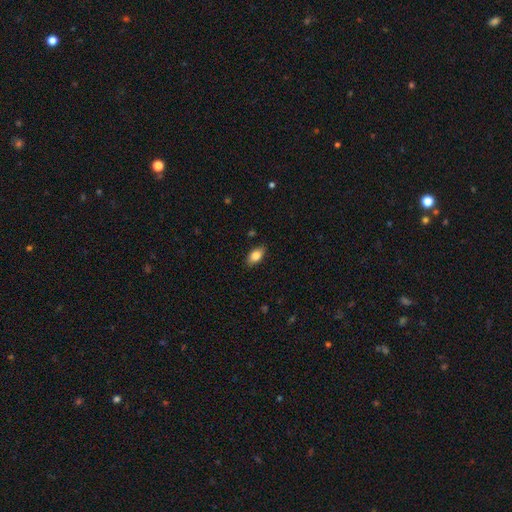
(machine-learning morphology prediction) Overall: smooth (82%). How rounded: in between (90%). Merging: none (86%).